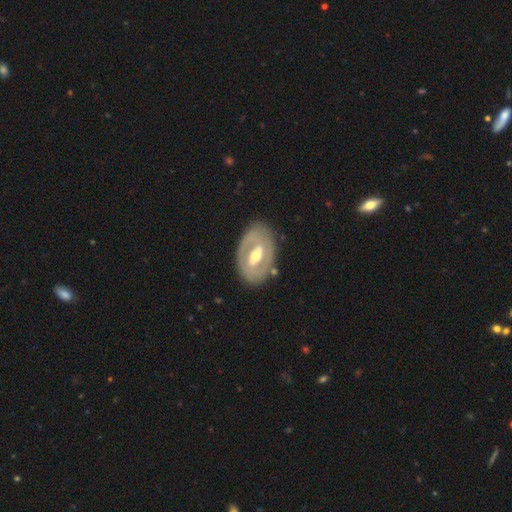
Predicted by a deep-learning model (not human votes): featured or disk 74%, smooth 21%, star or artifact 5%. Down the decision tree: edge-on disk — no (93%); bar — strong (38%); spiral arms — no (53%); bulge size — moderate (69%); merging — none (80%).